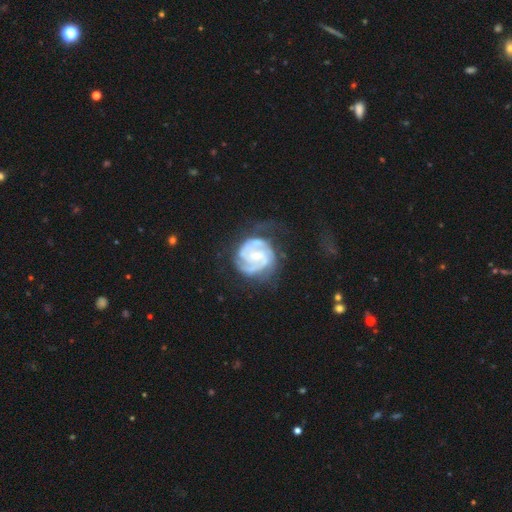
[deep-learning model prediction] This appears to be a featured or disk galaxy (85%) with a weak bar (49%), 2 (50%) tight (55%) spiral arms (95%) and a small central bulge (59%). Merging: none (55%).